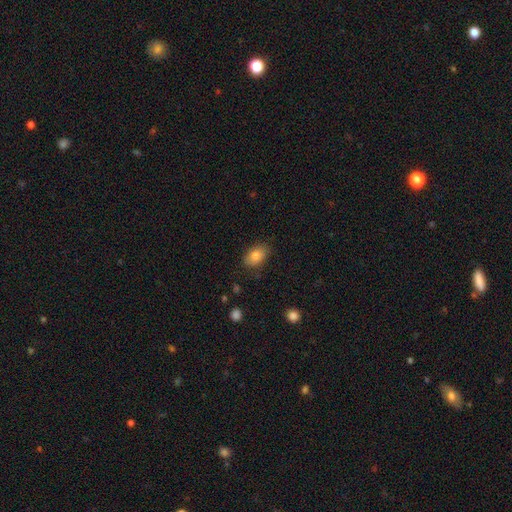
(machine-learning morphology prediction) Smooth or featured?
  - smooth: 83% *
  - featured or disk: 9%
  - star or artifact: 8%
How rounded?
  - in between: 87% *
  - round: 11%
  - cigar-shaped: 2%
Merging?
  - none: 82% *
  - minor disturbance: 14%
  - major disturbance: 3%
  - merger: 1%